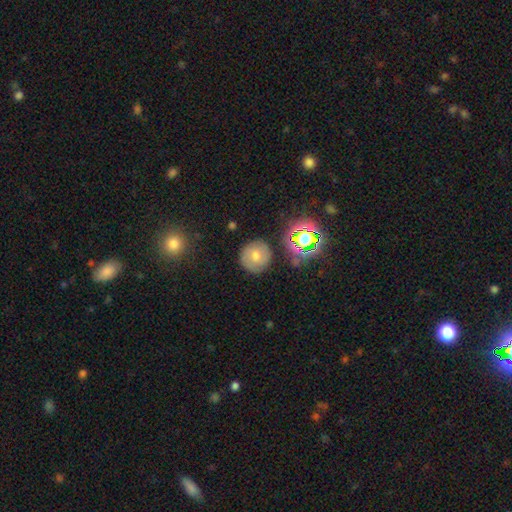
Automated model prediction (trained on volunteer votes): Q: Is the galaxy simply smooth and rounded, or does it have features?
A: smooth — 44%.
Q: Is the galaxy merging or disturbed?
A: none — 84%.